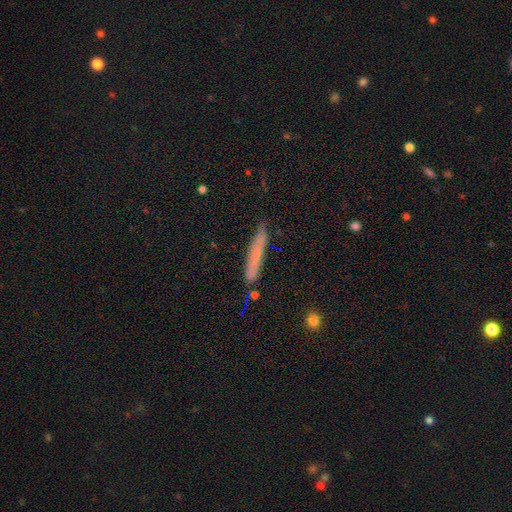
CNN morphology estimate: A smooth galaxy with no disk features (57%) that is cigar-shaped (95%). Merging: none (83%).